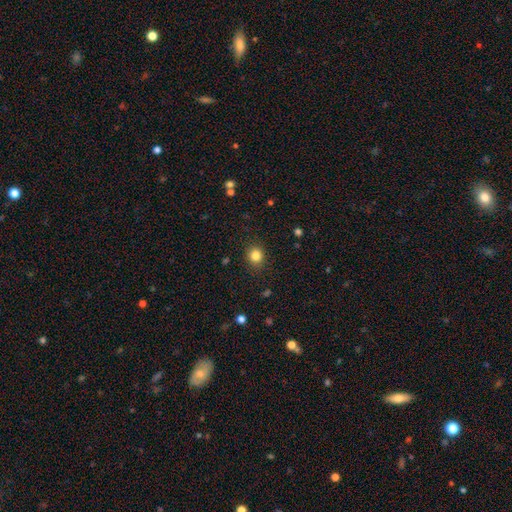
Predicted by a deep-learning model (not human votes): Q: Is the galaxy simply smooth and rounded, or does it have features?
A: smooth — 84%.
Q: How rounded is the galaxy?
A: round — 82%.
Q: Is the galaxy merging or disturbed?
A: none — 89%.